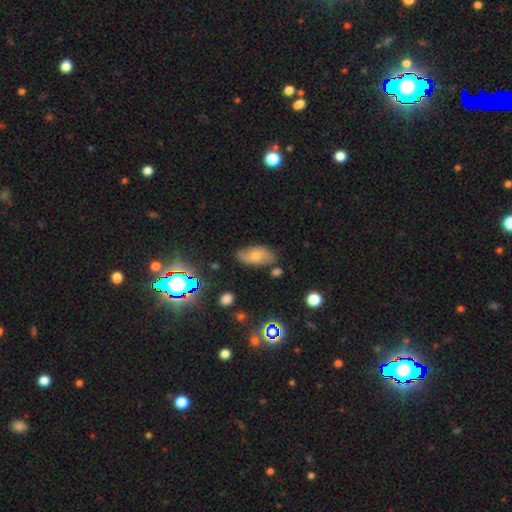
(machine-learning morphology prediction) Smooth or featured? Predicted: smooth (p=0.57). How rounded? Predicted: in between (p=0.90). Merging? Predicted: none (p=0.64).